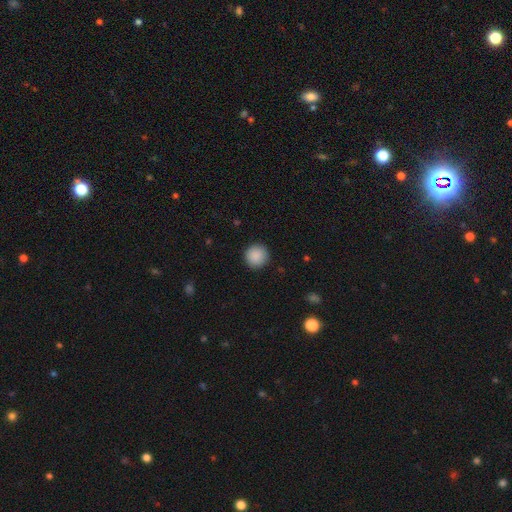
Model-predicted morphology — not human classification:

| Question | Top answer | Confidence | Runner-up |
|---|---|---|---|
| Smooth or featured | smooth | 89% | star or artifact (8%) |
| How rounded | round | 95% | in between (4%) |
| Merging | none | 92% | minor disturbance (6%) |